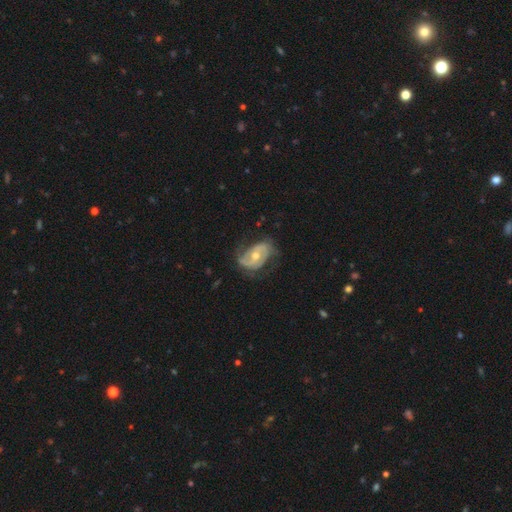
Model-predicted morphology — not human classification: type=featured or disk (79%); edge-on=no (97%); bar=no (51%); spiral arms=yes (88%); winding=medium (41%); arm count=2 (71%); bulge=moderate (67%); merging=none (61%).